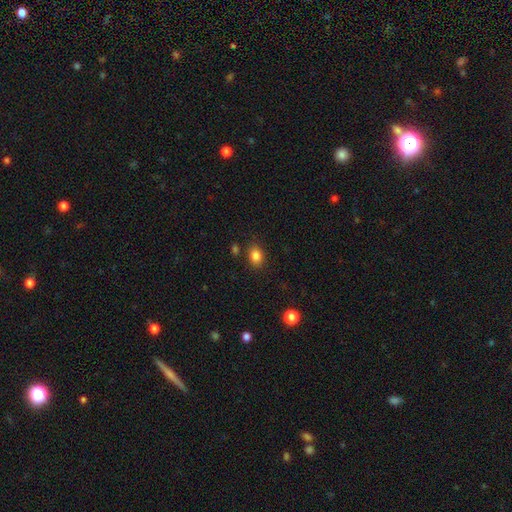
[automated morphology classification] This is clearly a smooth galaxy (84%). How rounded: likely in between (66%). Merging: clearly none (81%).